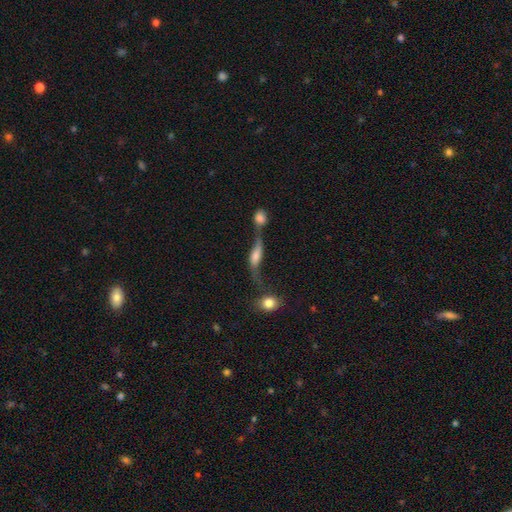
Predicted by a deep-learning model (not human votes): This is possibly a featured or disk galaxy (46%). Merging: possibly merger (47%).